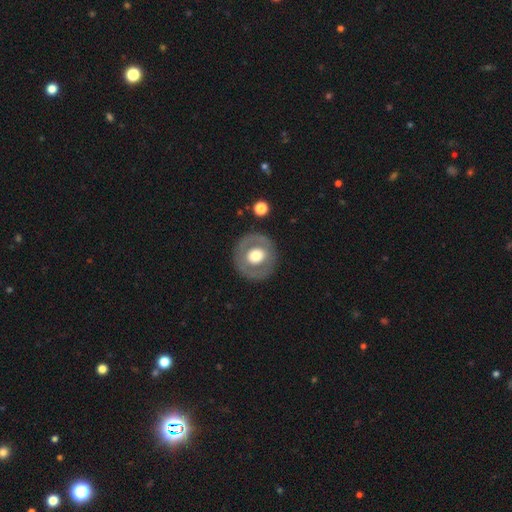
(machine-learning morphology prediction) A featured or disk galaxy (47%, tied with smooth). Merging: none (85%).